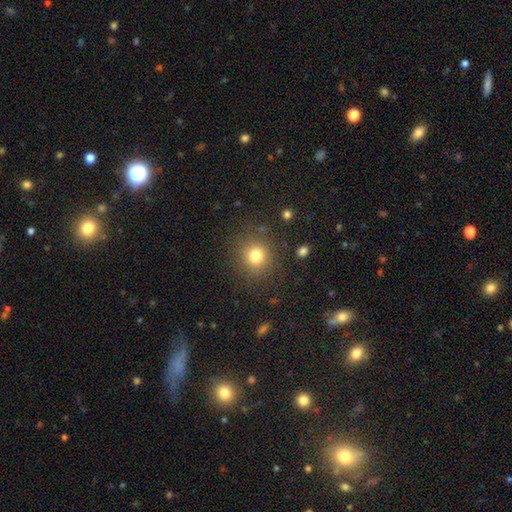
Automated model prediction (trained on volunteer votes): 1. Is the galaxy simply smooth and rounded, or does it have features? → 78% smooth, 14% star or artifact, 8% featured or disk.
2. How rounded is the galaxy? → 90% round, 9% in between, 1% cigar-shaped.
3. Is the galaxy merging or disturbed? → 86% none, 8% minor disturbance, 4% major disturbance, 2% merger.